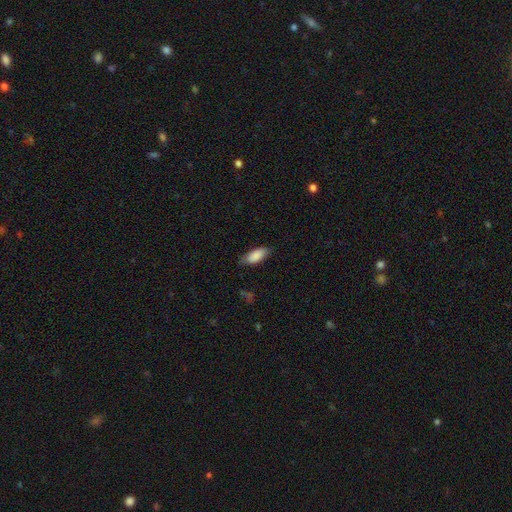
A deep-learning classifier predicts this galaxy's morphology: This appears to be a smooth galaxy with no disk features (85%) that is in between round and cigar-shaped (81%). Merging: none (74%).